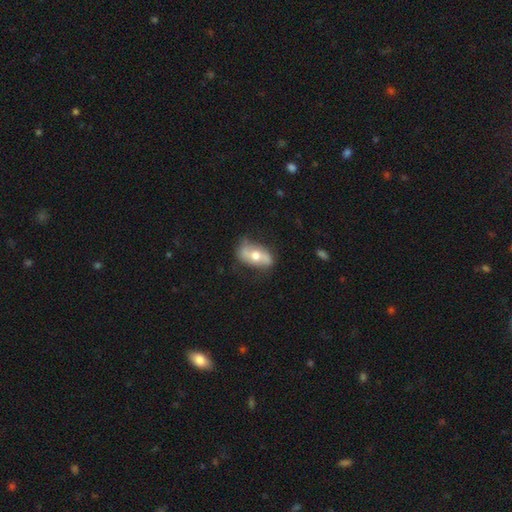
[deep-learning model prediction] smooth_or_featured: featured or disk (p=0.56) [alt: smooth p=0.38]
disk_edge_on: no (p=0.87) [alt: yes p=0.13]
merging: none (p=0.66) [alt: minor disturbance p=0.24]